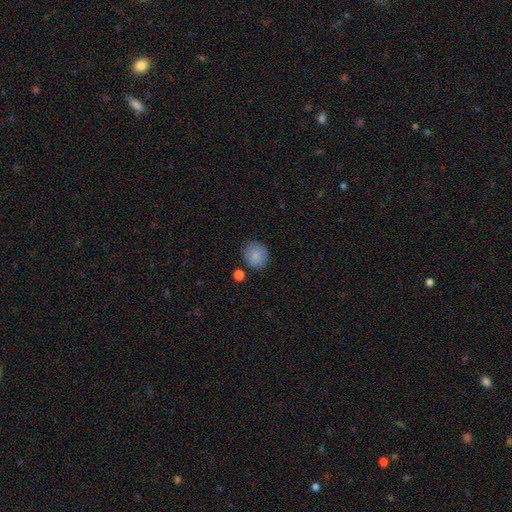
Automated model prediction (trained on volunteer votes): This is clearly a smooth galaxy (86%). How rounded: likely round (70%). Merging: likely none (79%).